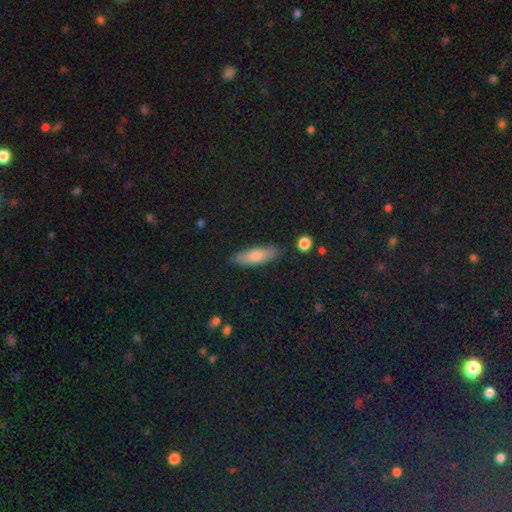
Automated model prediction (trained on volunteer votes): smooth-or-featured: smooth: 74% | featured or disk: 18% | star or artifact: 8%
  how-rounded: in between: 52% | cigar-shaped: 45% | round: 2%
  merging: none: 84% | minor disturbance: 12% | major disturbance: 3% | merger: 2%